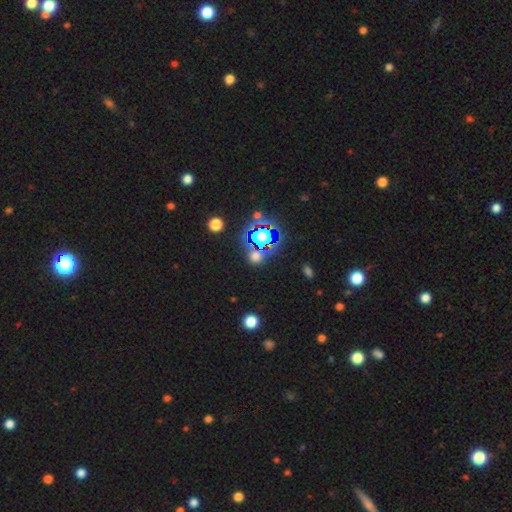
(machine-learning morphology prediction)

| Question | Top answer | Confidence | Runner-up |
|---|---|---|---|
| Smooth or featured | star or artifact | 49% | smooth (41%) |